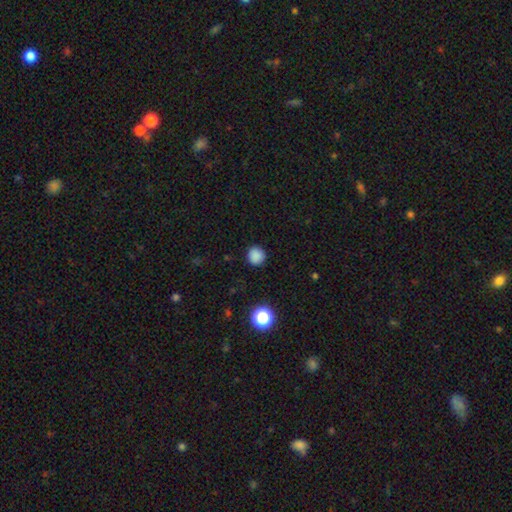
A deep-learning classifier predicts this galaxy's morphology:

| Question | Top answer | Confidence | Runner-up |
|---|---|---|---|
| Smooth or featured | smooth | 85% | star or artifact (12%) |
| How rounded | round | 92% | in between (7%) |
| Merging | none | 90% | minor disturbance (7%) |